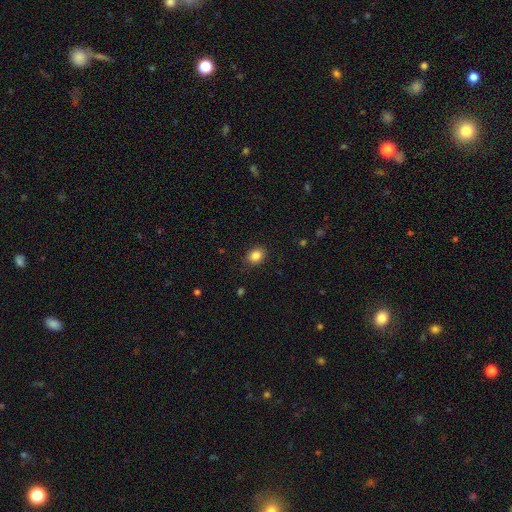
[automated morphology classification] type=smooth (85%); roundness=in between (51%); merging=none (87%).